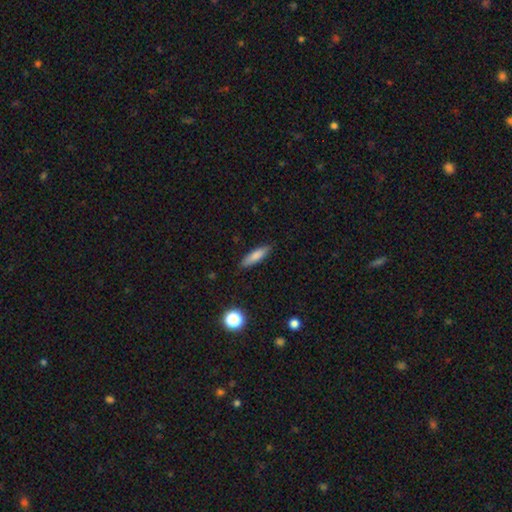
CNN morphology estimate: A smooth galaxy with no disk features (81%) that is cigar-shaped (65%).

Vote fractions:
- Smooth or featured? smooth: 81% / featured or disk: 12% / star or artifact: 7%
- How rounded? cigar-shaped: 65% / in between: 33% / round: 2%
- Merging? none: 88% / minor disturbance: 9% / major disturbance: 2% / merger: 1%